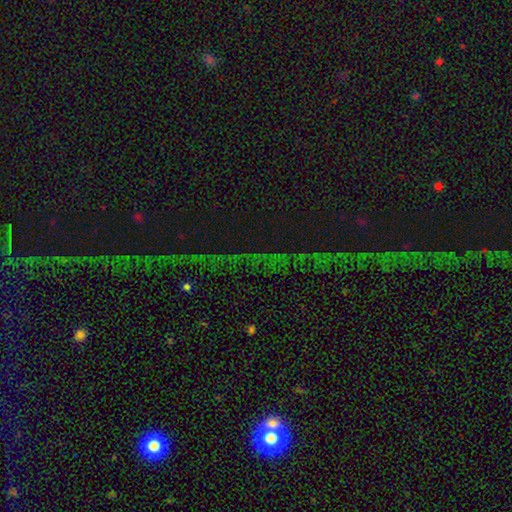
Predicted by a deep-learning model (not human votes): Morphology: type=star or artifact (77%).